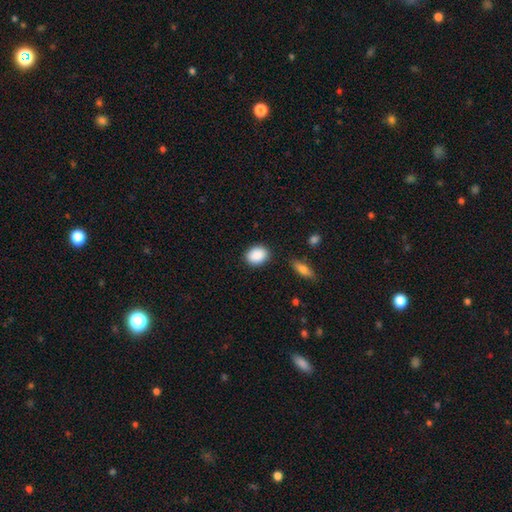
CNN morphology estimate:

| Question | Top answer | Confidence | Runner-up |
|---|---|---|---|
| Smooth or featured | smooth | 89% | star or artifact (7%) |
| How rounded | in between | 62% | round (37%) |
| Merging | none | 85% | minor disturbance (10%) |